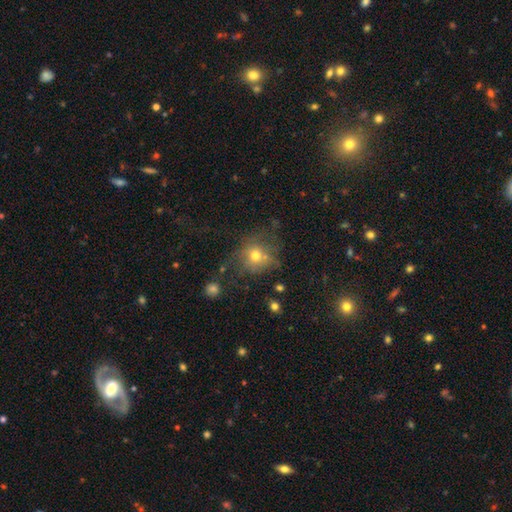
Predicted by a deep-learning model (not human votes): Smooth or featured? Predicted: smooth (p=0.64). How rounded? Predicted: round (p=0.79). Merging? Predicted: none (p=0.55).